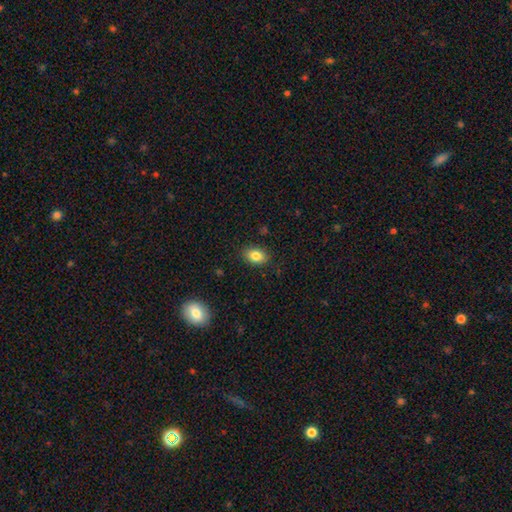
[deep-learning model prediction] A smooth galaxy with no disk features (83%) that is in between round and cigar-shaped (81%).

Vote fractions:
- Smooth or featured? smooth: 83% / star or artifact: 9% / featured or disk: 8%
- How rounded? in between: 81% / round: 17% / cigar-shaped: 1%
- Merging? none: 87% / minor disturbance: 9% / major disturbance: 2% / merger: 1%